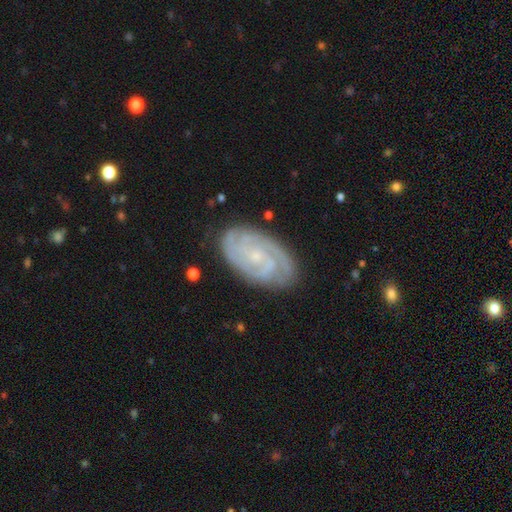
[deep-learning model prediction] Overall: featured or disk (88%). Edge-on disk: no (97%). Bar: no (64%; weak 29%). Spiral arms: yes (98%). Spiral arm count: 2 (44%; 3 24%). Spiral winding: tight (75%). Bulge size: small (76%). Merging: none (82%).